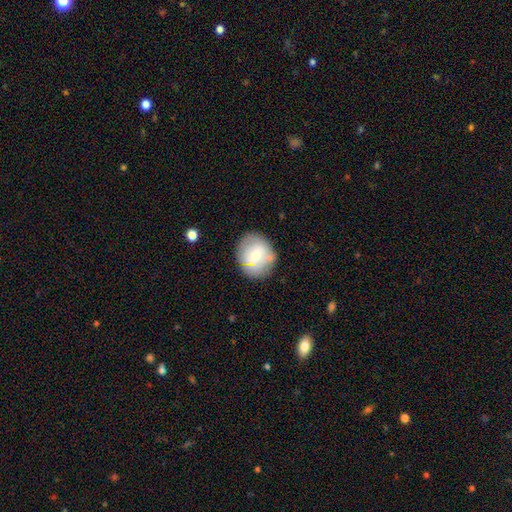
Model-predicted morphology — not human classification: Smooth or featured? smooth (57%)
How rounded? round (77%)
Merging? none (75%)